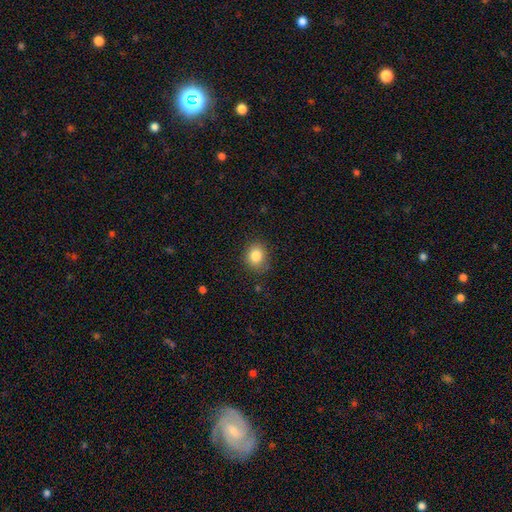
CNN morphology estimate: This is clearly a smooth galaxy (84%). How rounded: likely round (70%). Merging: clearly none (83%).